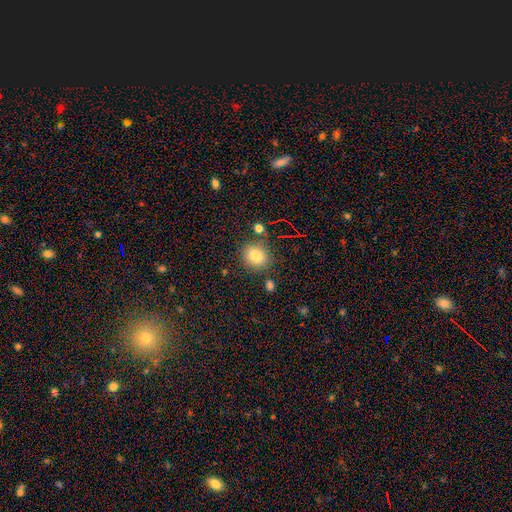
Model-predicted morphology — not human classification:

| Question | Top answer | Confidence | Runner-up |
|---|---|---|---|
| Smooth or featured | smooth | 81% | star or artifact (12%) |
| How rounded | round | 76% | in between (23%) |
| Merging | none | 80% | minor disturbance (11%) |